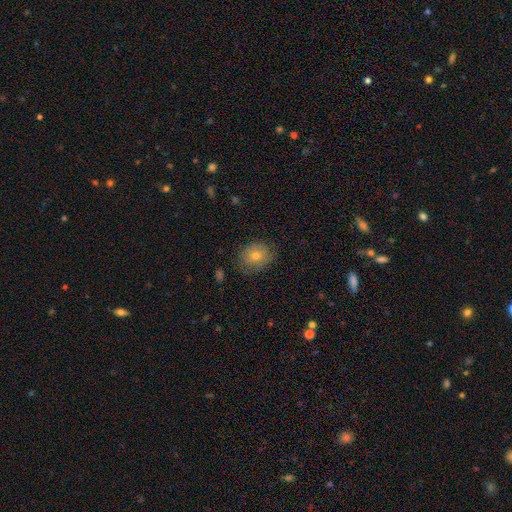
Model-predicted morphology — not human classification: This is likely a smooth galaxy (69%). How rounded: likely round (63%). Merging: likely none (75%).